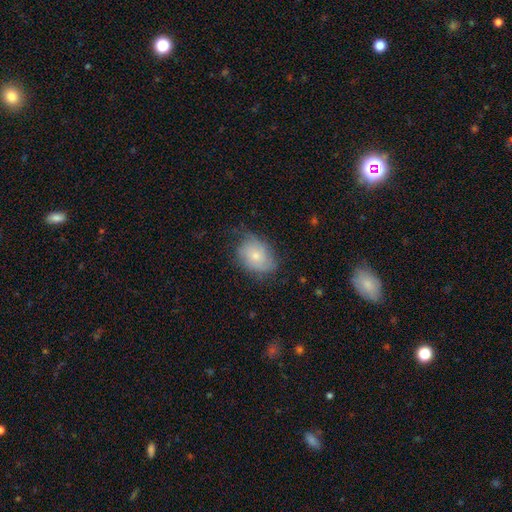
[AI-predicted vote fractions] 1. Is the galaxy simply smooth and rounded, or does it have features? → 64% smooth, 29% featured or disk, 8% star or artifact.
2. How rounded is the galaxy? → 66% in between, 33% round, 1% cigar-shaped.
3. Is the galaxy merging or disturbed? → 55% none, 32% minor disturbance, 12% major disturbance, 1% merger.